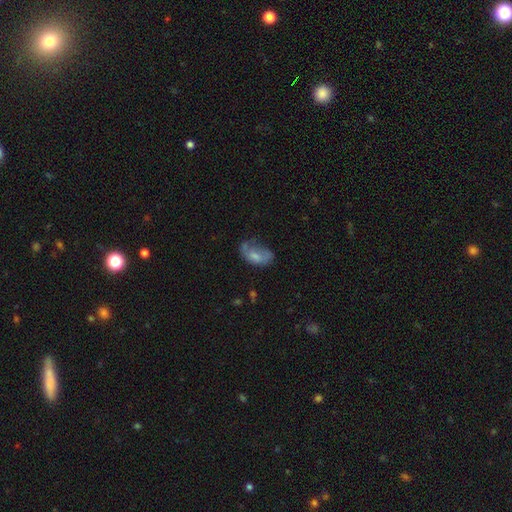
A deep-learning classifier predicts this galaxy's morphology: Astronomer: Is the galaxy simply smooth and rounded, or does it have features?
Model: smooth — 55% (runner-up: featured or disk, 36%).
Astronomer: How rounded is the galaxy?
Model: in between — 90%.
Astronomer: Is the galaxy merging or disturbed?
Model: none — 33% (runner-up: minor disturbance, 31%).